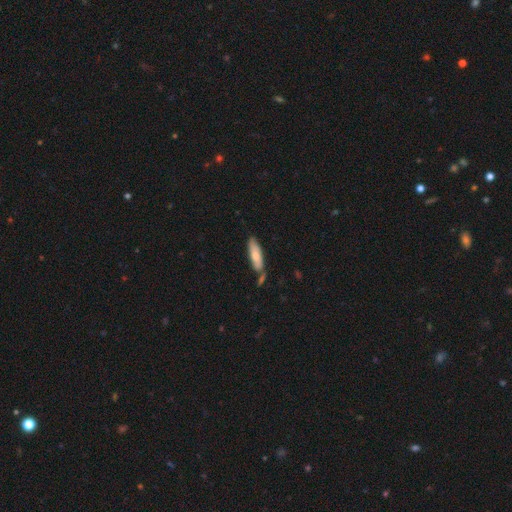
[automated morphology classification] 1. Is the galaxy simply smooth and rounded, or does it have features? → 73% smooth, 22% featured or disk, 6% star or artifact.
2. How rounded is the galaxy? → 58% cigar-shaped, 40% in between, 2% round.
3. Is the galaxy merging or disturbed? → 62% none, 18% minor disturbance, 16% merger, 4% major disturbance.